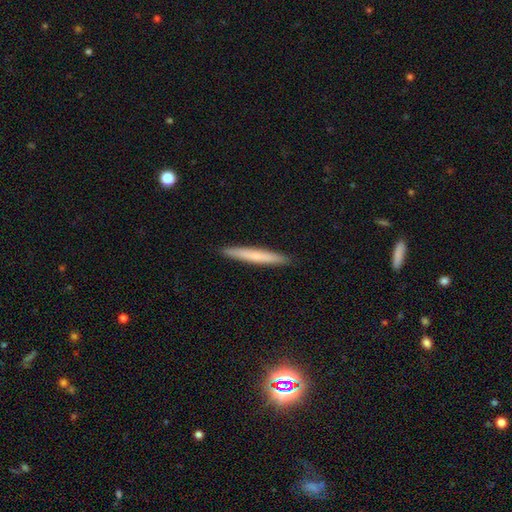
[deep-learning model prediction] This is likely a smooth galaxy (66%). How rounded: clearly cigar-shaped (96%). Merging: clearly none (92%).